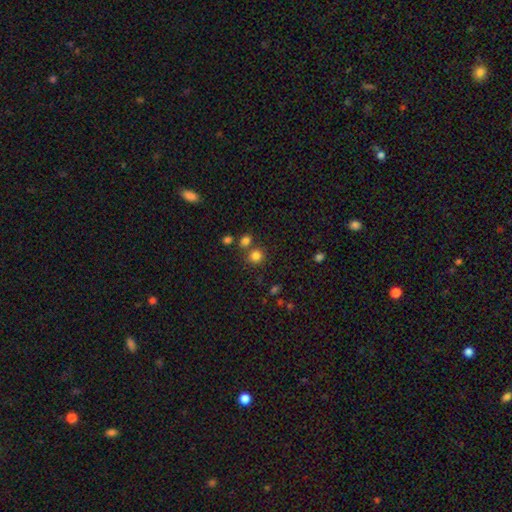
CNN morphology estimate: Smooth or featured? Predicted: smooth (p=0.81). How rounded? Predicted: round (p=0.84). Merging? Predicted: none (p=0.70).